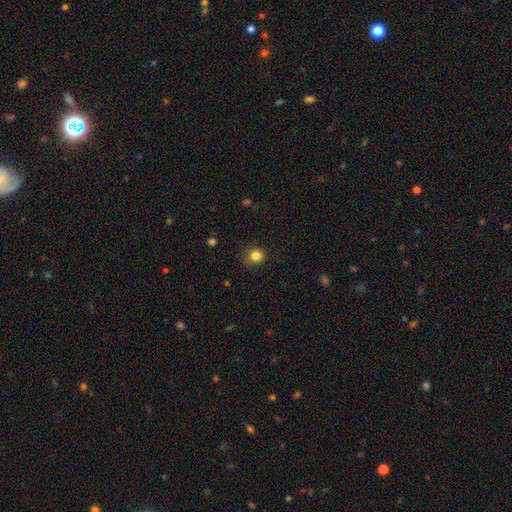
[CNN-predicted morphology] type=smooth (84%); roundness=round (86%); merging=none (80%).